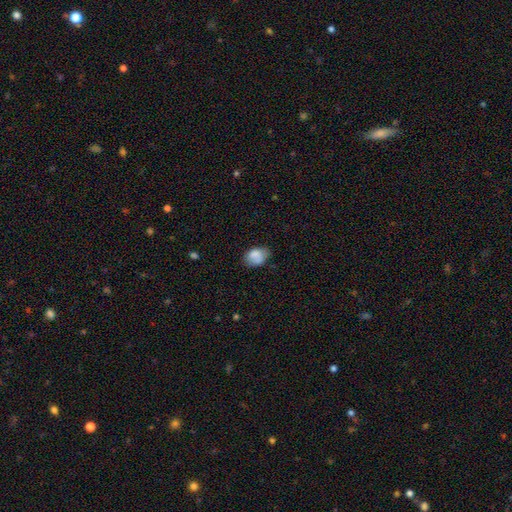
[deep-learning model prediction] smooth 80%, featured or disk 12%, star or artifact 9%. Down the decision tree: how rounded — in between (71%); merging — none (57%).